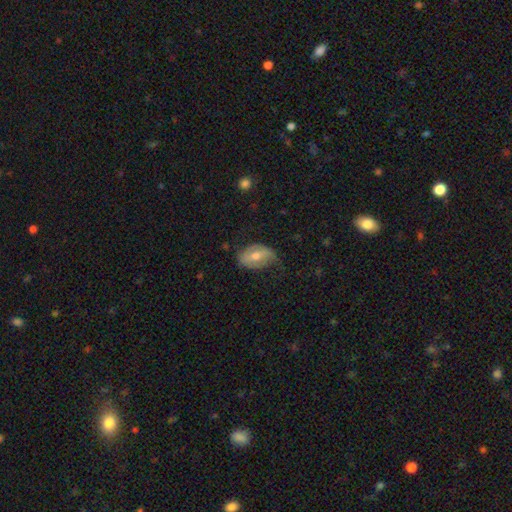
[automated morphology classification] Smooth or featured: smooth — 53% (featured or disk — 39%)
How rounded: in between — 87% (round — 11%)
Merging: none — 55% (minor disturbance — 33%)